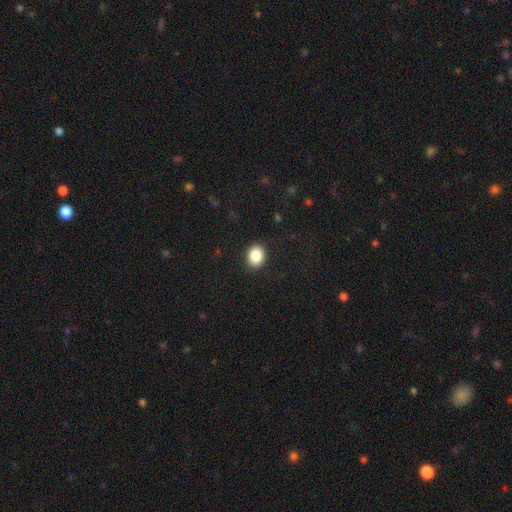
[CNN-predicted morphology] This is clearly a smooth galaxy (87%). How rounded: possibly in between (58%). Merging: clearly none (90%).